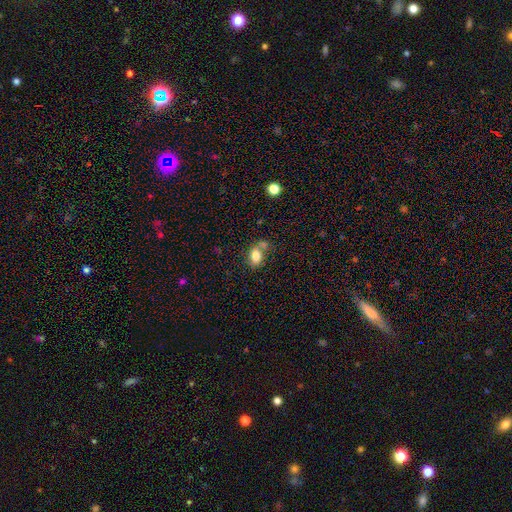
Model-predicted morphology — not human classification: type=smooth (79%); roundness=in between (76%); merging=none (49%).